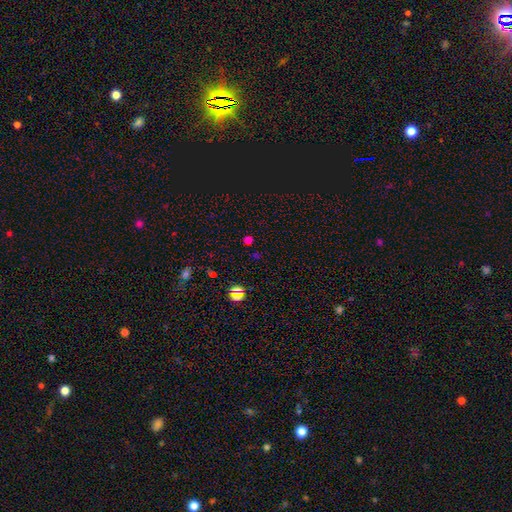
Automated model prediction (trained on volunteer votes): Q: Smooth or featured?
A: star or artifact (53%); runner-up: smooth (41%)